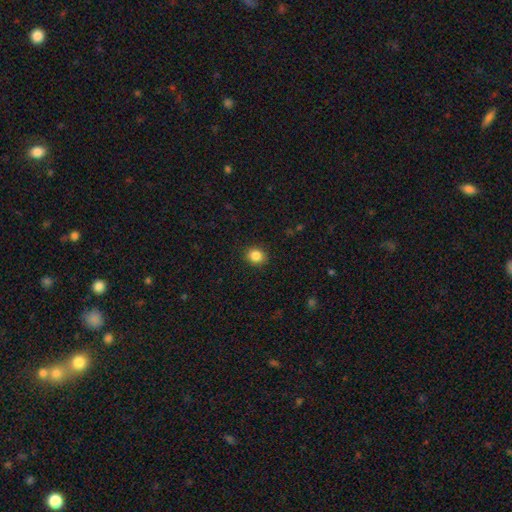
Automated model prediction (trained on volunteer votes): smooth-or-featured: smooth: 86% | star or artifact: 10% | featured or disk: 4%
  how-rounded: round: 70% | in between: 29% | cigar-shaped: 1%
  merging: none: 90% | minor disturbance: 7% | major disturbance: 2% | merger: 1%